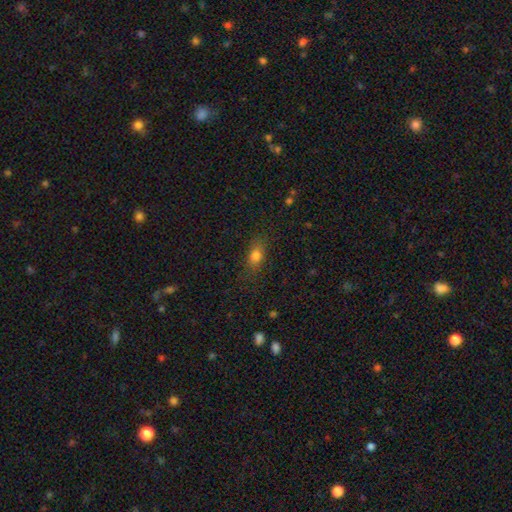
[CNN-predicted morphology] Smooth or featured? smooth (78%)
How rounded? in between (73%)
Merging? none (79%)